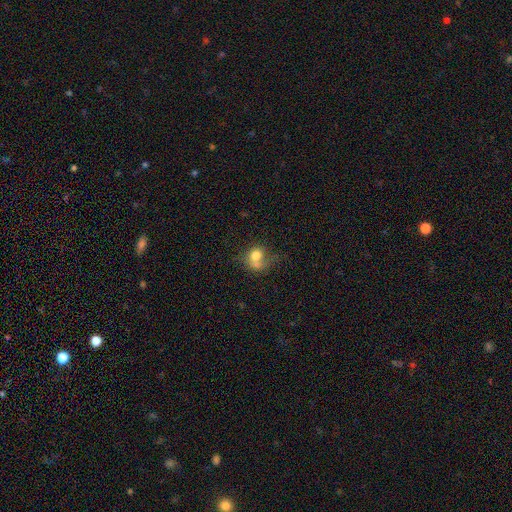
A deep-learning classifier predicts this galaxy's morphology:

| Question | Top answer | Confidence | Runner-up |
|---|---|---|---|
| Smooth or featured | smooth | 71% | featured or disk (19%) |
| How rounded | round | 67% | in between (31%) |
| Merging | none | 33% | major disturbance (25%) |